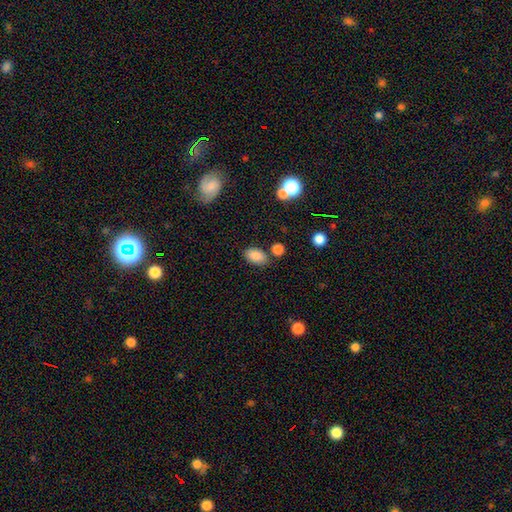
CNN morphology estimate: Q: Smooth or featured?
A: smooth (85%); runner-up: star or artifact (9%)
Q: How rounded?
A: in between (88%); runner-up: round (10%)
Q: Merging?
A: none (75%); runner-up: minor disturbance (13%)